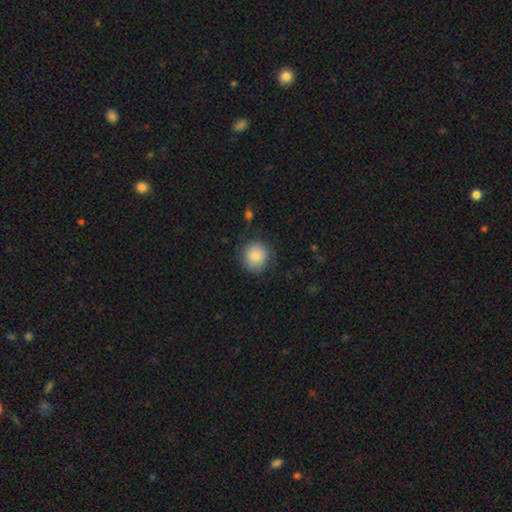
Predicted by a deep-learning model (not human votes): This appears to be a smooth galaxy with no disk features (86%) that is round (90%). Merging: none (83%).